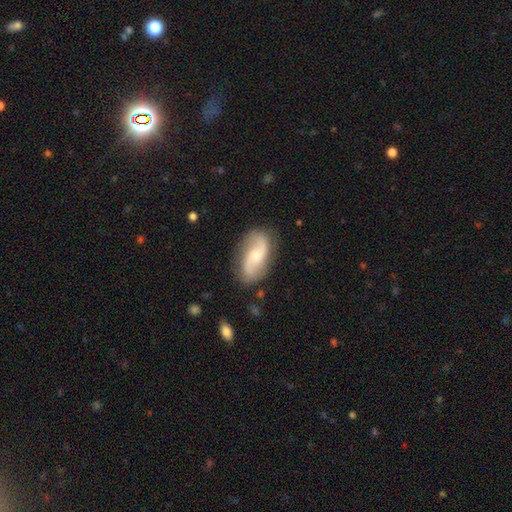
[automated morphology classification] smooth-or-featured: featured or disk: 77% | smooth: 17% | star or artifact: 6%
  disk-edge-on: no: 96% | yes: 4%
    bar: no: 58% | weak: 34% | strong: 8%
    has-spiral-arms: yes: 95% | no: 5%
      spiral-winding: loose: 55% | medium: 34% | tight: 11%
      spiral-arm-count: 2: 91% | can't tell: 4% | 1: 2% | 3: 1% | 4: 1% | more than 4: 1%
    bulge-size: small: 48% | moderate: 45% | large: 3% | none: 3% | dominant: 1%
  merging: none: 81% | minor disturbance: 13% | major disturbance: 4% | merger: 2%